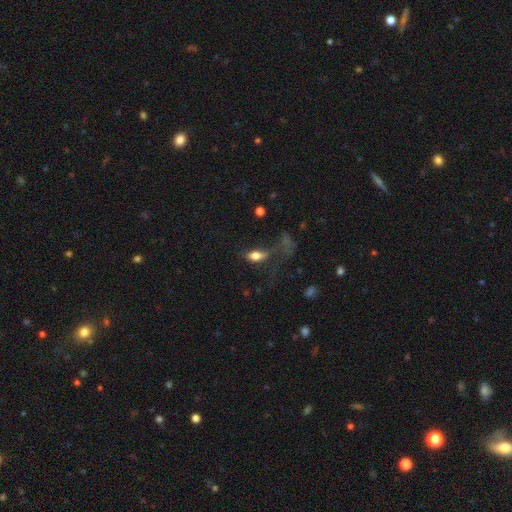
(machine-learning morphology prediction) Smooth or featured? Predicted: smooth (p=0.74). How rounded? Predicted: in between (p=0.84). Merging? Predicted: major disturbance (p=0.37).